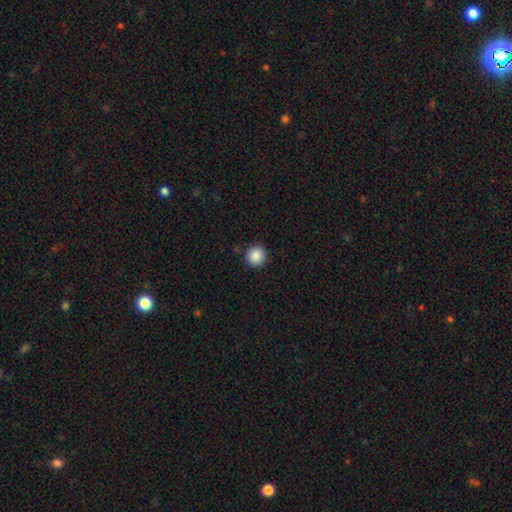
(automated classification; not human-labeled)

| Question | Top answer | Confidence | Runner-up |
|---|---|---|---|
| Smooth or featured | smooth | 88% | star or artifact (9%) |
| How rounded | round | 91% | in between (8%) |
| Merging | none | 89% | minor disturbance (7%) |